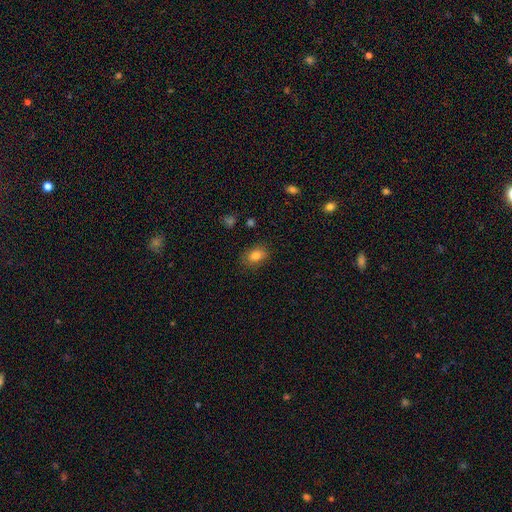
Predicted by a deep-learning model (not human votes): This is clearly a smooth galaxy (82%). How rounded: likely in between (76%). Merging: clearly none (84%).